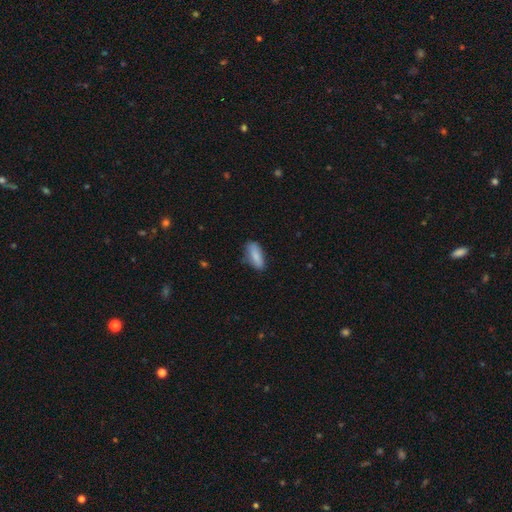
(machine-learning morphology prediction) Smooth or featured: smooth — 85% (featured or disk — 9%)
How rounded: in between — 72% (cigar-shaped — 26%)
Merging: none — 73% (minor disturbance — 21%)